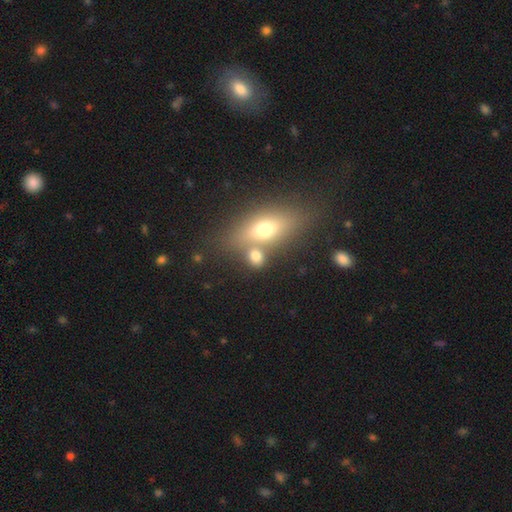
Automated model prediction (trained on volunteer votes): smooth 74%, featured or disk 14%, star or artifact 12%. Down the decision tree: how rounded — in between (54%); merging — none (54%).